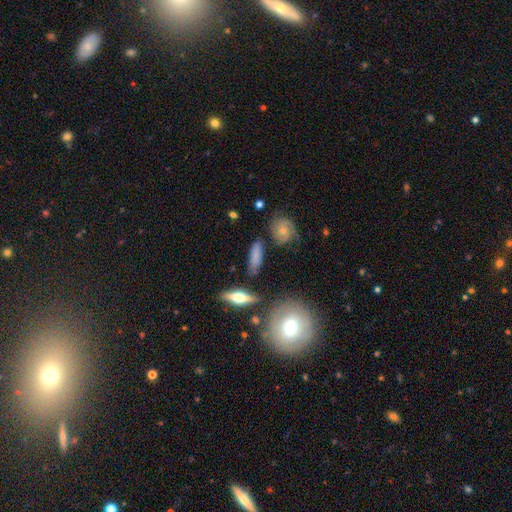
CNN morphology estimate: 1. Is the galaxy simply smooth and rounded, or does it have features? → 64% smooth, 26% featured or disk, 11% star or artifact.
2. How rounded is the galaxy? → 49% cigar-shaped, 45% in between, 6% round.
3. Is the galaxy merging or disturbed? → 73% none, 17% minor disturbance, 5% merger, 5% major disturbance.